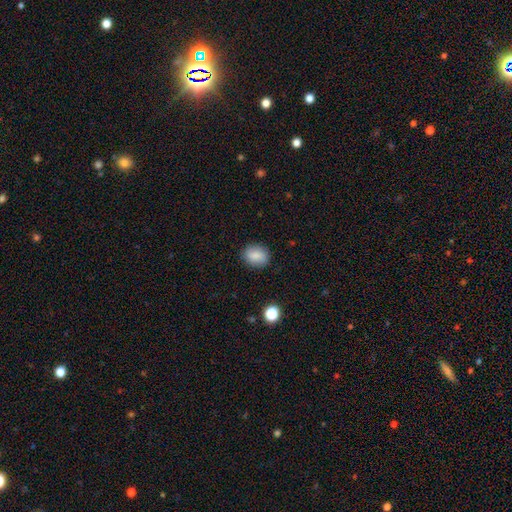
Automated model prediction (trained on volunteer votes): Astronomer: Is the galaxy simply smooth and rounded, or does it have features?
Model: smooth — 83%.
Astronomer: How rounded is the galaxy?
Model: round — 54% (runner-up: in between, 44%).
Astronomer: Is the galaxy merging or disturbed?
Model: none — 86%.